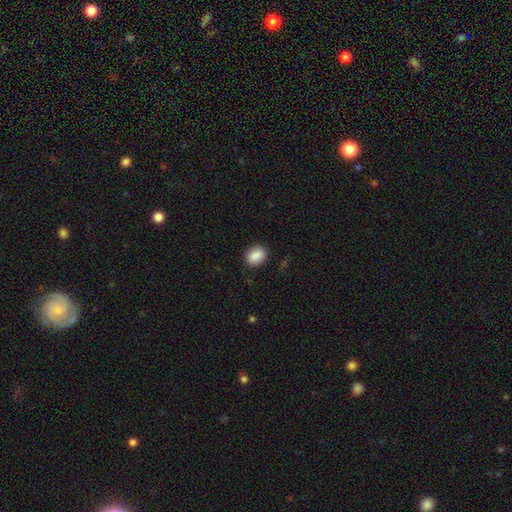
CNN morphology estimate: smooth_or_featured: smooth (p=0.89) [alt: star or artifact p=0.08]
how_rounded: in between (p=0.67) [alt: round p=0.32]
merging: none (p=0.88) [alt: minor disturbance p=0.09]